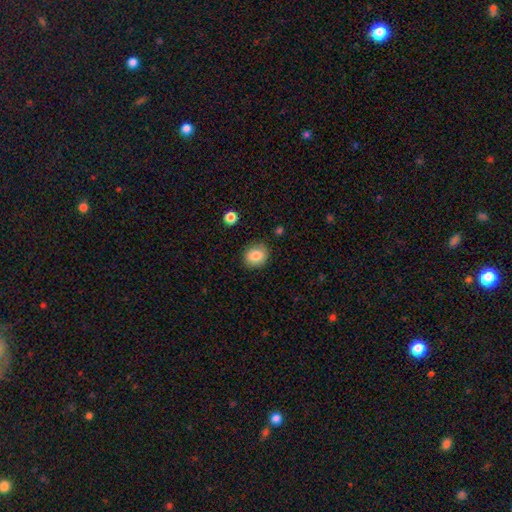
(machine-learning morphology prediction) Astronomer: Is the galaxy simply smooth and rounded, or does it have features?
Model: smooth — 83%.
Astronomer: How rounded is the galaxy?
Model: round — 66%.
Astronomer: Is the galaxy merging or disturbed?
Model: none — 83%.